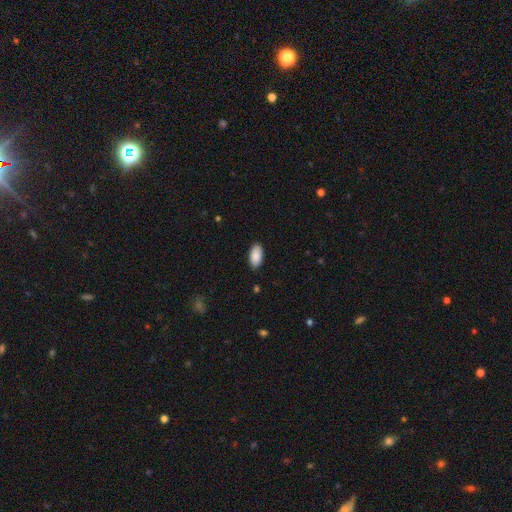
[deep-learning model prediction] smooth-or-featured: smooth: 90% | star or artifact: 6% | featured or disk: 4%
  how-rounded: in between: 94% | cigar-shaped: 4% | round: 2%
  merging: none: 88% | minor disturbance: 9% | major disturbance: 2% | merger: 1%